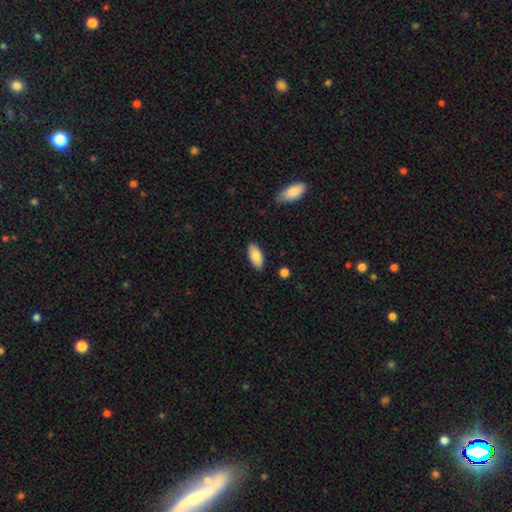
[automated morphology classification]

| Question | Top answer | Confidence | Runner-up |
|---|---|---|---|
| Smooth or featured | smooth | 80% | featured or disk (14%) |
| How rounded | in between | 90% | cigar-shaped (8%) |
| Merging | none | 87% | minor disturbance (10%) |